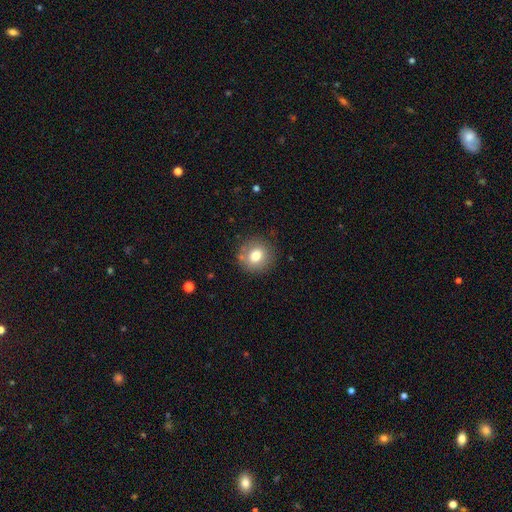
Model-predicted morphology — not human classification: This appears to be a smooth galaxy with no disk features (76%) that is round (88%). Merging: none (84%).